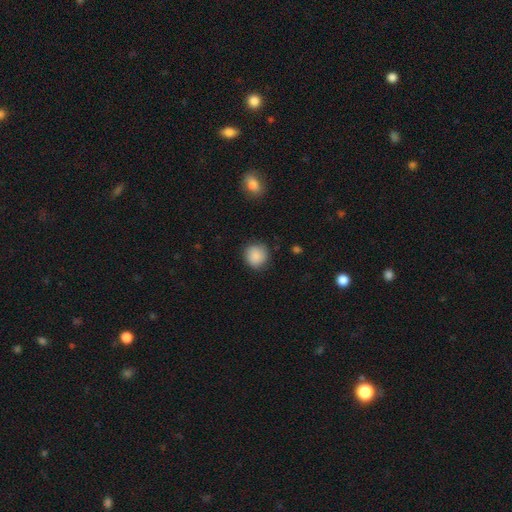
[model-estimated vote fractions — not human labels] Smooth or featured? Predicted: smooth (p=0.88). How rounded? Predicted: round (p=0.89). Merging? Predicted: none (p=0.84).